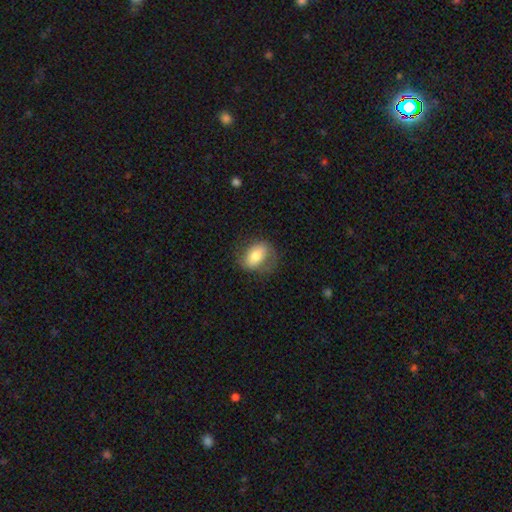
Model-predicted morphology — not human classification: Smooth or featured? Predicted: smooth (p=0.63). How rounded? Predicted: in between (p=0.75). Merging? Predicted: none (p=0.66).